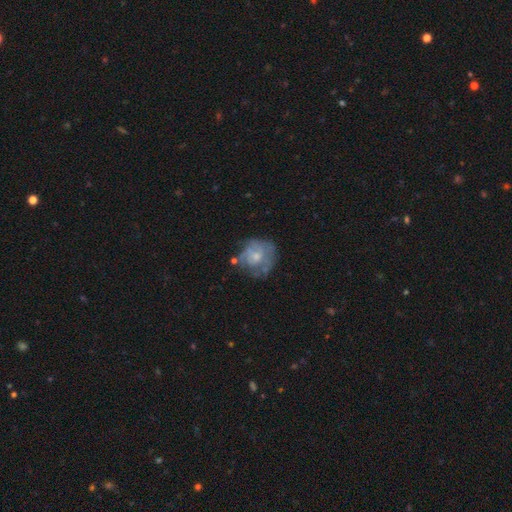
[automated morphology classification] Smooth or featured?
  - featured or disk: 54% *
  - smooth: 38%
  - star or artifact: 8%
Edge-on disk?
  - no: 98% *
  - yes: 2%
Bar?
  - no: 81% *
  - weak: 17%
  - strong: 2%
Spiral arms?
  - no: 56% *
  - yes: 44%
Bulge size?
  - small: 47% *
  - moderate: 43%
  - none: 7%
  - large: 3%
  - dominant: 1%
Merging?
  - none: 48% *
  - minor disturbance: 27%
  - major disturbance: 19%
  - merger: 6%